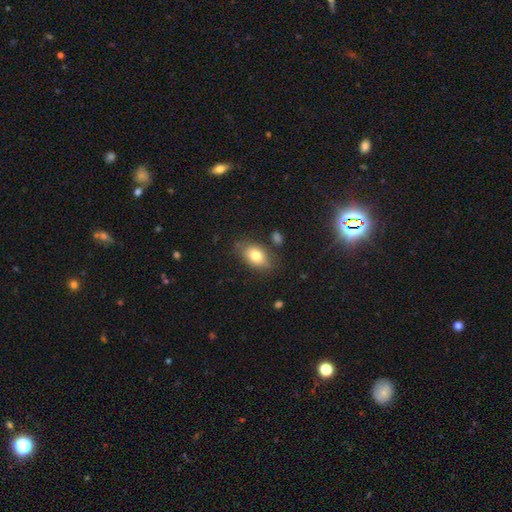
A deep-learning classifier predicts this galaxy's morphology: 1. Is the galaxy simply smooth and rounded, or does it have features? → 78% smooth, 13% featured or disk, 9% star or artifact.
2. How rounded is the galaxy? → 83% in between, 15% round, 2% cigar-shaped.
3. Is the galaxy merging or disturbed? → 75% none, 17% minor disturbance, 4% major disturbance, 4% merger.